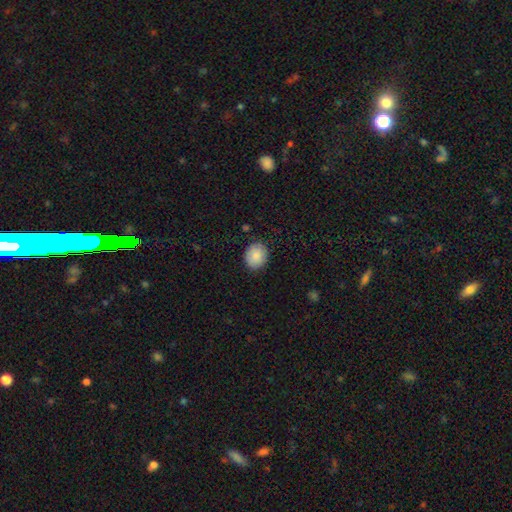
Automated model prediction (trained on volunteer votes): This is clearly a smooth galaxy (88%). How rounded: possibly round (57%). Merging: clearly none (86%).